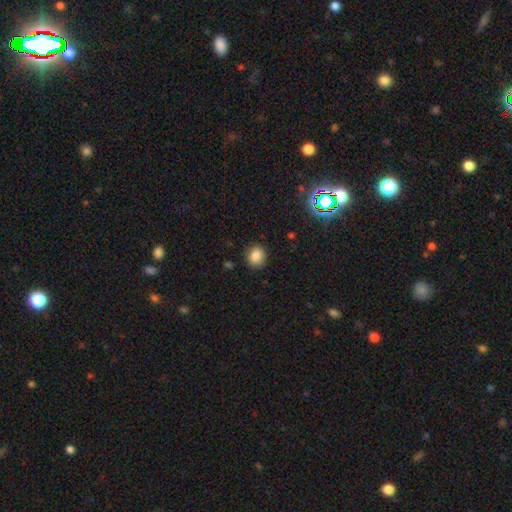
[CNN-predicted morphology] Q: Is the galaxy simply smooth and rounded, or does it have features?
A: smooth — 86%.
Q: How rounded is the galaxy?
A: round — 66%.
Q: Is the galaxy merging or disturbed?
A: none — 87%.